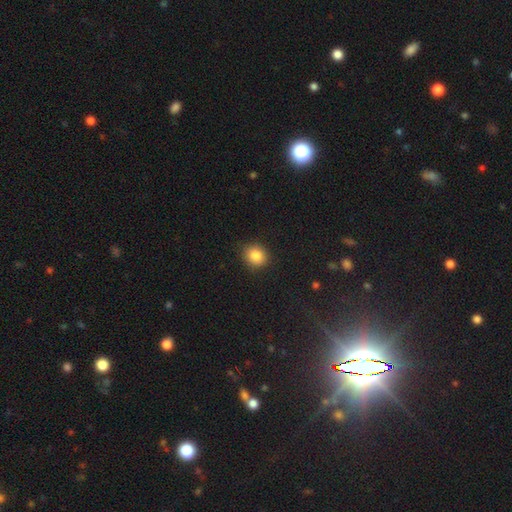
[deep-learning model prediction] The model was most divided on "how rounded": round: 73%, in between: 26%, cigar-shaped: 1%. More confident: merging — none (87%); smooth or featured — smooth (85%).